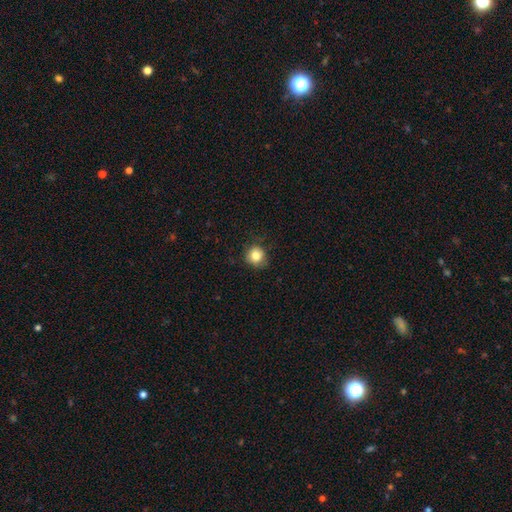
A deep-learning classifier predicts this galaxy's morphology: Smooth or featured?
  - smooth: 81% *
  - star or artifact: 11%
  - featured or disk: 8%
How rounded?
  - round: 89% *
  - in between: 10%
  - cigar-shaped: 1%
Merging?
  - none: 80% *
  - minor disturbance: 15%
  - major disturbance: 4%
  - merger: 1%